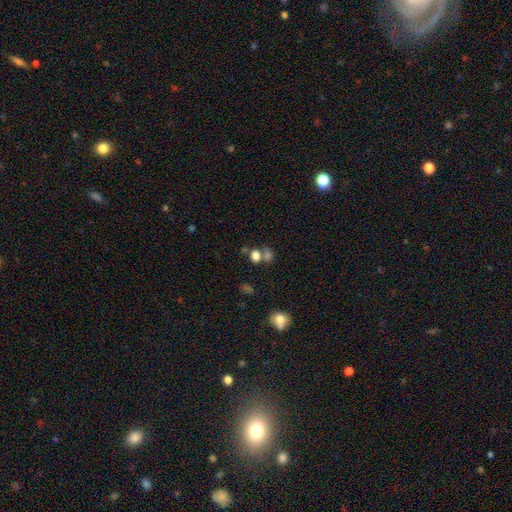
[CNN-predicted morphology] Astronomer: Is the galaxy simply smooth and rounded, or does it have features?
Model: smooth — 75%.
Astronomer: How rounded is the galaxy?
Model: in between — 56% (runner-up: round, 43%).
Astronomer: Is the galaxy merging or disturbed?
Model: none — 43% (runner-up: merger, 40%).